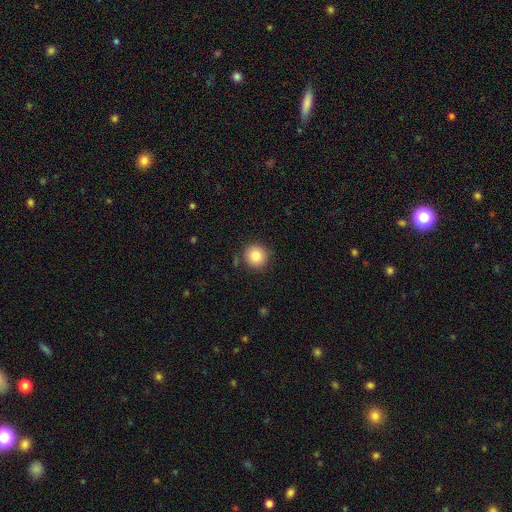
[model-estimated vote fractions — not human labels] Smooth or featured? smooth (85%)
How rounded? round (93%)
Merging? none (87%)